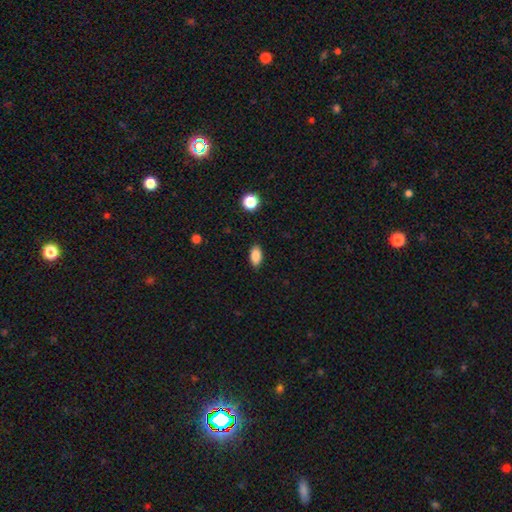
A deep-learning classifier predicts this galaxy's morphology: Q: Smooth or featured?
A: smooth (87%); runner-up: star or artifact (9%)
Q: How rounded?
A: in between (92%); runner-up: round (5%)
Q: Merging?
A: none (88%); runner-up: minor disturbance (9%)